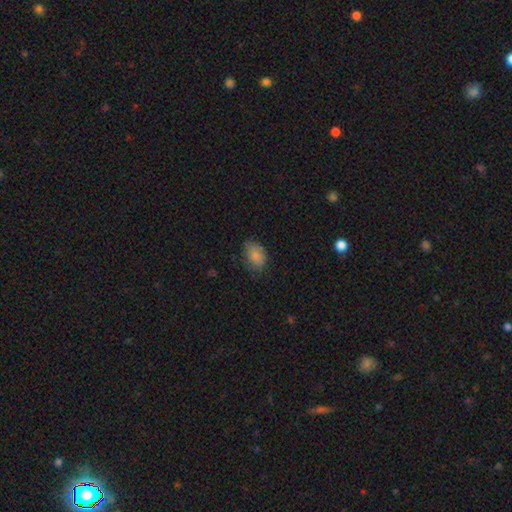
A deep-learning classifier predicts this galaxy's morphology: Smooth or featured? smooth (85%)
How rounded? in between (79%)
Merging? none (69%)